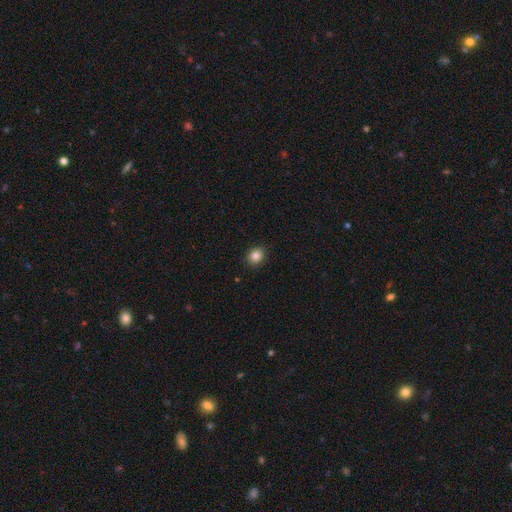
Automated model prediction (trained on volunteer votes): The model was most divided on "how rounded": round: 71%, in between: 28%, cigar-shaped: 1%. More confident: merging — none (91%); smooth or featured — smooth (85%).